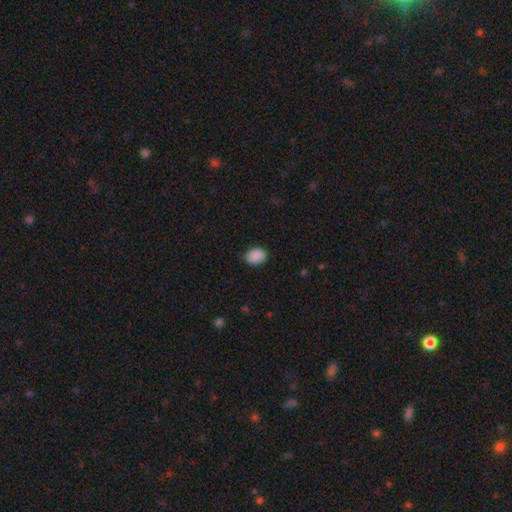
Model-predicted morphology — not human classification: smooth_or_featured: smooth (p=0.87) [alt: star or artifact p=0.08]
how_rounded: in between (p=0.58) [alt: round p=0.41]
merging: none (p=0.78) [alt: minor disturbance p=0.18]